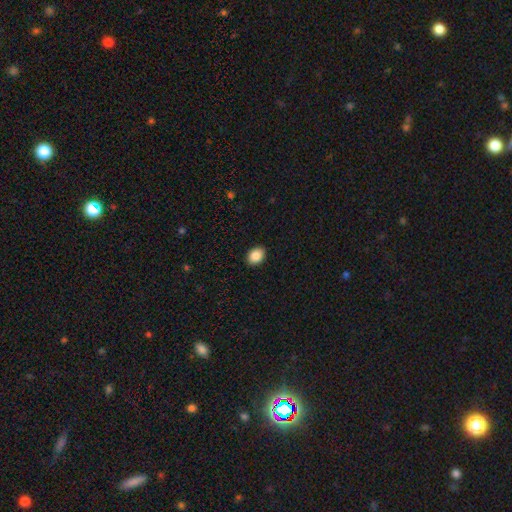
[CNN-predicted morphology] Smooth or featured? Predicted: smooth (p=0.88). How rounded? Predicted: in between (p=0.71). Merging? Predicted: none (p=0.91).